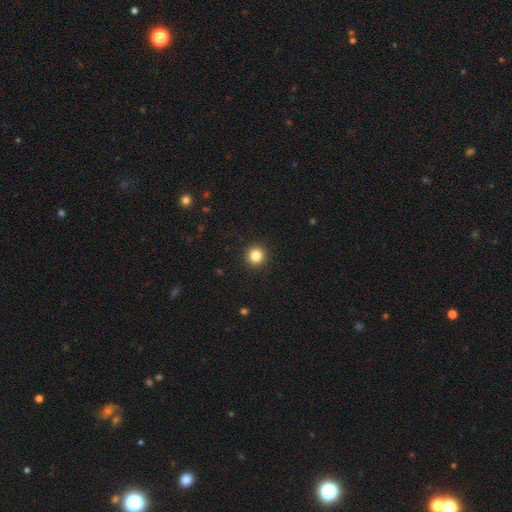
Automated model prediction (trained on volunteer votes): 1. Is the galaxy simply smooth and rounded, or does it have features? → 84% smooth, 11% star or artifact, 5% featured or disk.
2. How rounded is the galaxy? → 95% round, 4% in between, 1% cigar-shaped.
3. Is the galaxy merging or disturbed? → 93% none, 4% minor disturbance, 2% major disturbance, 1% merger.